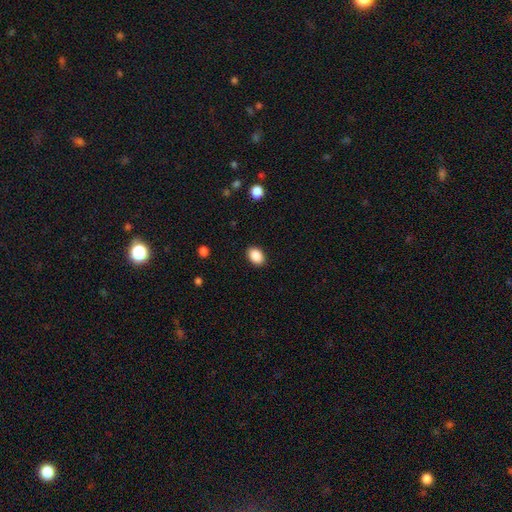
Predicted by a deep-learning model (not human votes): smooth_or_featured: smooth (p=0.89) [alt: star or artifact p=0.08]
how_rounded: in between (p=0.81) [alt: round p=0.18]
merging: none (p=0.90) [alt: minor disturbance p=0.07]